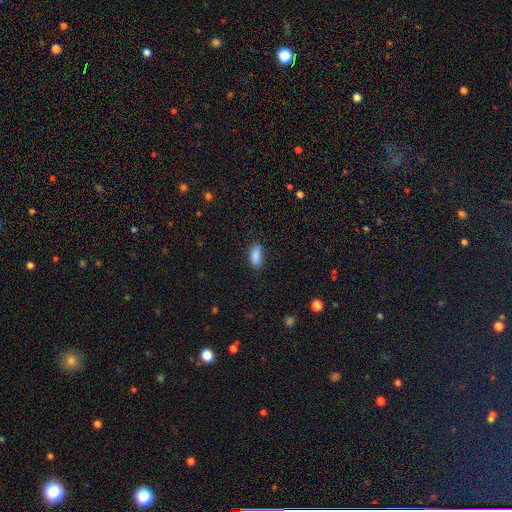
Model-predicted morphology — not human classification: smooth-or-featured: smooth: 89% | star or artifact: 8% | featured or disk: 4%
  how-rounded: in between: 86% | cigar-shaped: 12% | round: 3%
  merging: none: 83% | minor disturbance: 13% | major disturbance: 3% | merger: 1%